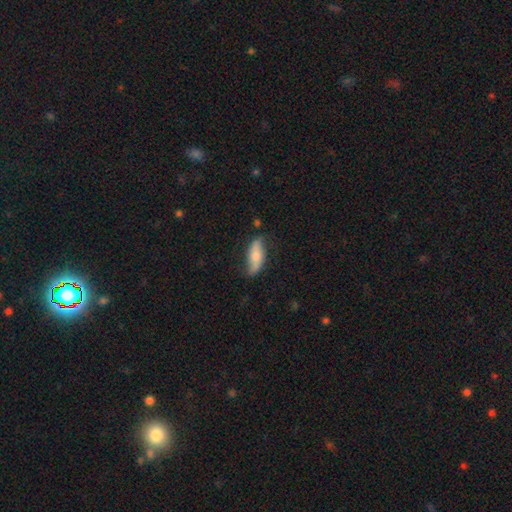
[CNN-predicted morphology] Q: Smooth or featured?
A: smooth (57%); runner-up: featured or disk (37%)
Q: How rounded?
A: in between (69%); runner-up: cigar-shaped (28%)
Q: Merging?
A: none (69%); runner-up: minor disturbance (24%)